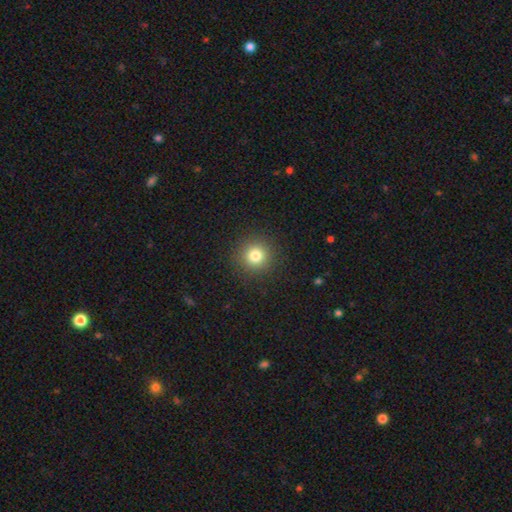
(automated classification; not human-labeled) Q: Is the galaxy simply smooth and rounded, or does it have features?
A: smooth — 71%.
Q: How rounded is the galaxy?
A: round — 96%.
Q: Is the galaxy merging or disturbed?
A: none — 94%.